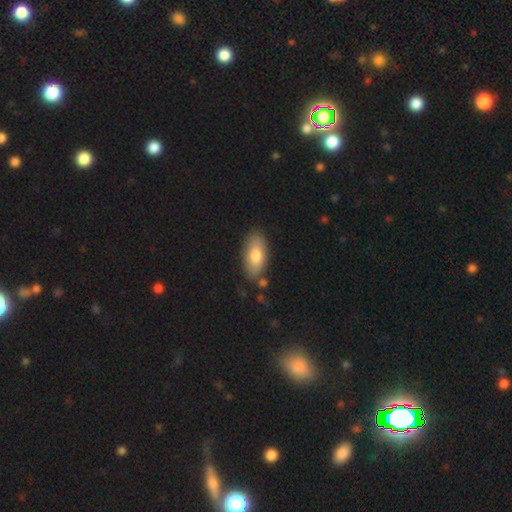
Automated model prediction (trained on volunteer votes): smooth 77%, featured or disk 17%, star or artifact 6%. Down the decision tree: how rounded — in between (90%); merging — none (79%).